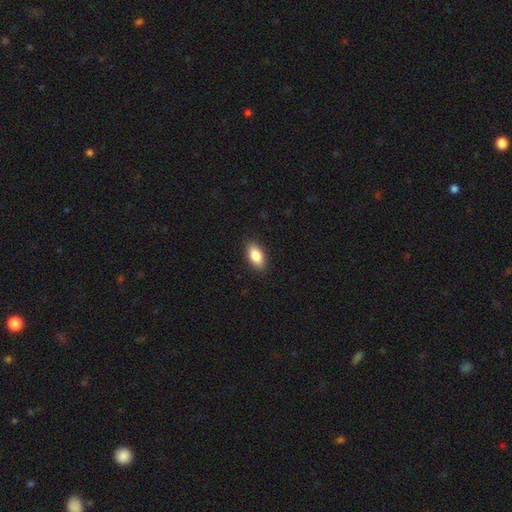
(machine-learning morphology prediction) Smooth or featured?
  - smooth: 84% *
  - featured or disk: 9%
  - star or artifact: 7%
How rounded?
  - in between: 90% *
  - cigar-shaped: 6%
  - round: 4%
Merging?
  - none: 89% *
  - minor disturbance: 8%
  - major disturbance: 2%
  - merger: 1%